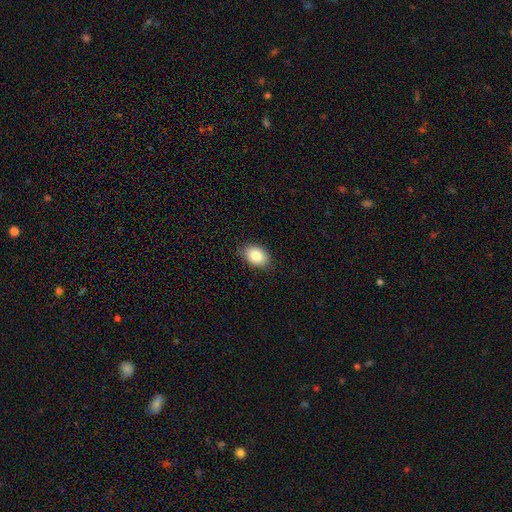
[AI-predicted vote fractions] The model was most divided on "how rounded": in between: 85%, round: 14%, cigar-shaped: 1%. More confident: merging — none (84%); smooth or featured — smooth (83%).